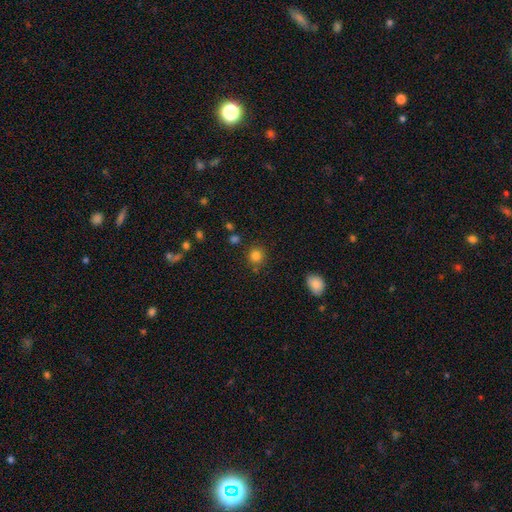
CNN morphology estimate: Overall: smooth (83%). How rounded: round (90%). Merging: none (83%).